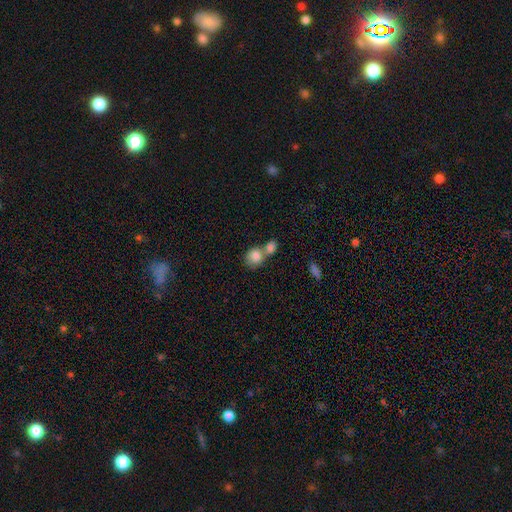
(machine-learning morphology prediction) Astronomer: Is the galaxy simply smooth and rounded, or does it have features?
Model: smooth — 82%.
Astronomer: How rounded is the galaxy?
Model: round — 67%.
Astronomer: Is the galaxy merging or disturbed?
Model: merger — 61%.